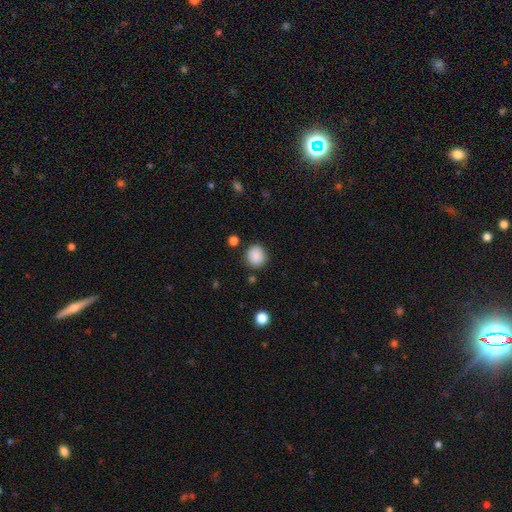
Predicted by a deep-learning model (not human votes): Overall: smooth (88%). How rounded: round (87%). Merging: none (86%).